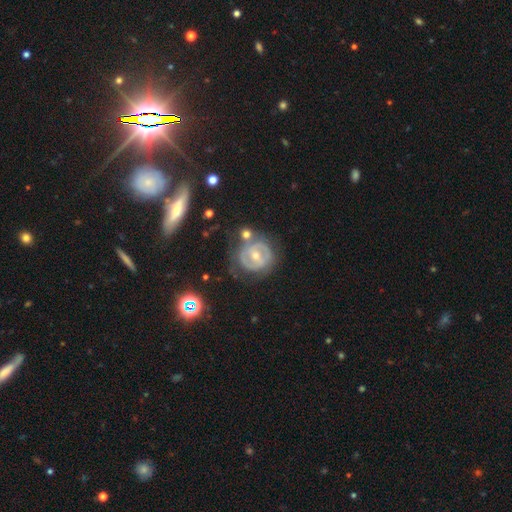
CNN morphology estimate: Smooth or featured?
  - featured or disk: 75% *
  - smooth: 19%
  - star or artifact: 6%
Edge-on disk?
  - no: 97% *
  - yes: 3%
Bar?
  - weak: 42% *
  - no: 34%
  - strong: 24%
Spiral arms?
  - yes: 73% *
  - no: 27%
Spiral winding?
  - tight: 55% *
  - medium: 34%
  - loose: 11%
Spiral arm count?
  - 2: 60% *
  - can't tell: 24%
  - 3: 8%
  - 1: 5%
  - 4: 2%
  - more than 4: 2%
Bulge size?
  - moderate: 53% *
  - small: 44%
  - large: 2%
  - none: 1%
  - dominant: 1%
Merging?
  - none: 57% *
  - minor disturbance: 19%
  - merger: 13%
  - major disturbance: 11%